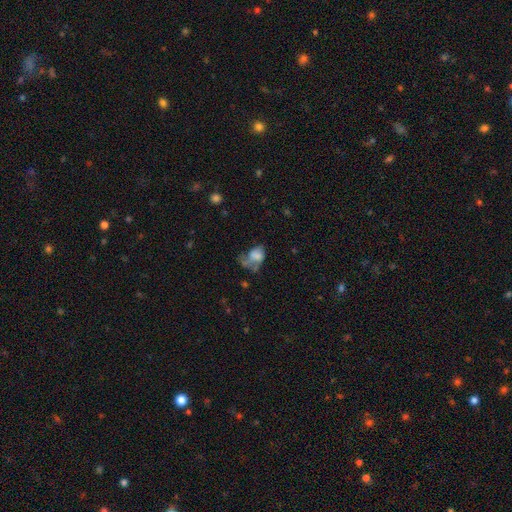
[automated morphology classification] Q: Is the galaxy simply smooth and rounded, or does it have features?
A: smooth — 59%.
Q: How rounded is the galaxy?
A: in between — 72%.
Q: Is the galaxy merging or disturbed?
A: major disturbance — 44%.